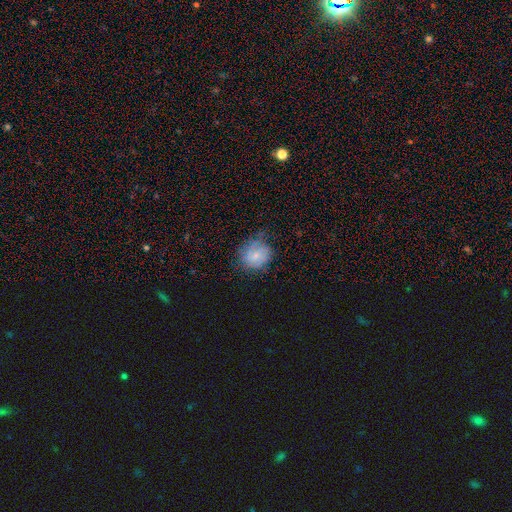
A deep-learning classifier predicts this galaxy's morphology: smooth 64%, featured or disk 26%, star or artifact 9%. Down the decision tree: how rounded — round (79%); merging — none (59%).